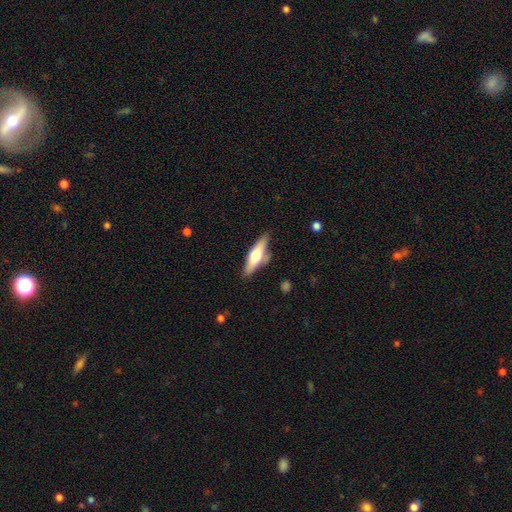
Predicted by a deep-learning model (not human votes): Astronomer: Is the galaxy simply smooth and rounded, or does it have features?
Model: featured or disk — 47%, tied with smooth at 47%.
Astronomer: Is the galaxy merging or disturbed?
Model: none — 77%.